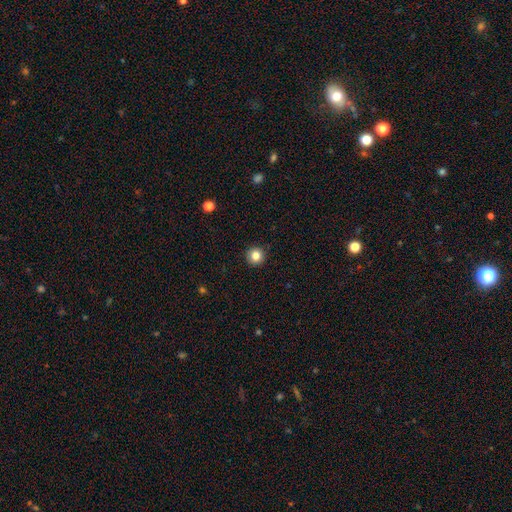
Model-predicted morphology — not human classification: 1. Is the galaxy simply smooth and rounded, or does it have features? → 83% smooth, 11% star or artifact, 6% featured or disk.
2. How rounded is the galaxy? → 96% round, 4% in between, 1% cigar-shaped.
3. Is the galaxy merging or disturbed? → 93% none, 5% minor disturbance, 2% major disturbance, 1% merger.